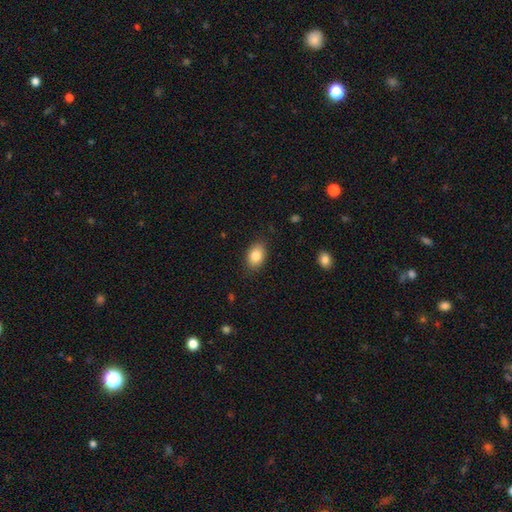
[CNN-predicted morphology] This appears to be a smooth galaxy with no disk features (85%) that is in between round and cigar-shaped (85%). Merging: none (86%).